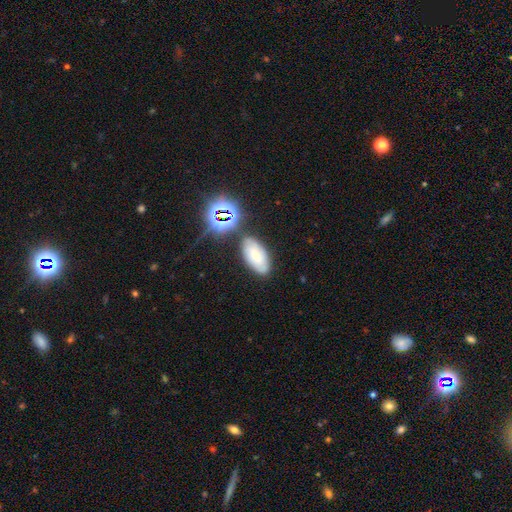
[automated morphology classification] This appears to be a smooth galaxy with no disk features (60%) that is in between round and cigar-shaped (91%). Merging: none (73%).